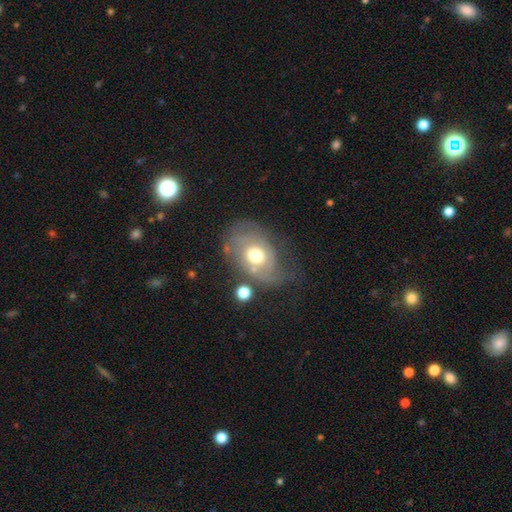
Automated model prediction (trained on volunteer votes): This appears to be a featured or disk galaxy (56%) with no bar (85%), spiral arms (59%) and a moderate central bulge (66%). Merging: none (44%).